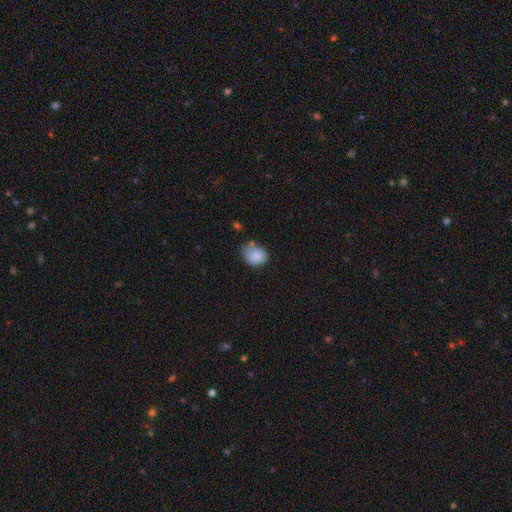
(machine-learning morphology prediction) Smooth or featured? Predicted: smooth (p=0.83). How rounded? Predicted: in between (p=0.52). Merging? Predicted: none (p=0.48).